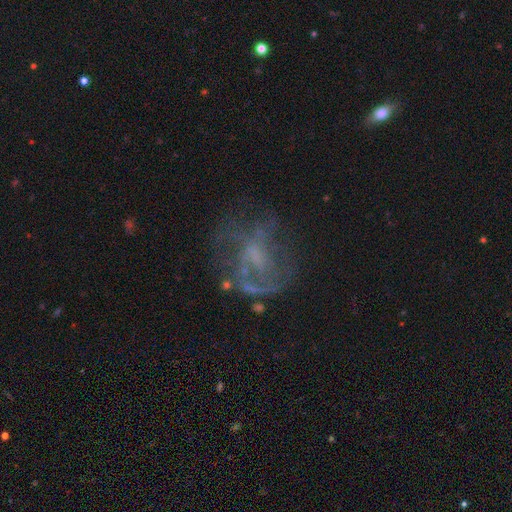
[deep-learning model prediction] This appears to be a featured or disk galaxy (62%) with no bar (68%), no spiral arms (59%) and no central bulge (49%). Merging: none (49%).